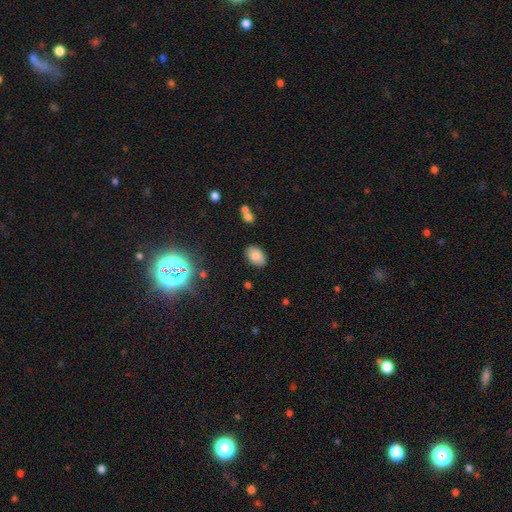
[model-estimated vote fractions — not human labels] Overall: smooth (82%). How rounded: in between (88%). Merging: none (84%).